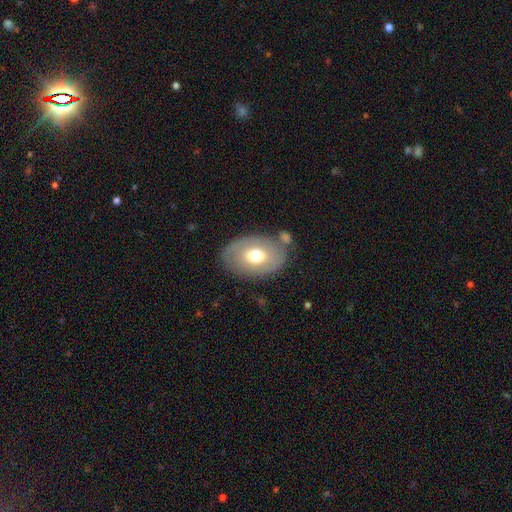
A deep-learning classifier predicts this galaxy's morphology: Smooth or featured? Predicted: smooth (p=0.54). How rounded? Predicted: in between (p=0.81). Merging? Predicted: none (p=0.67).